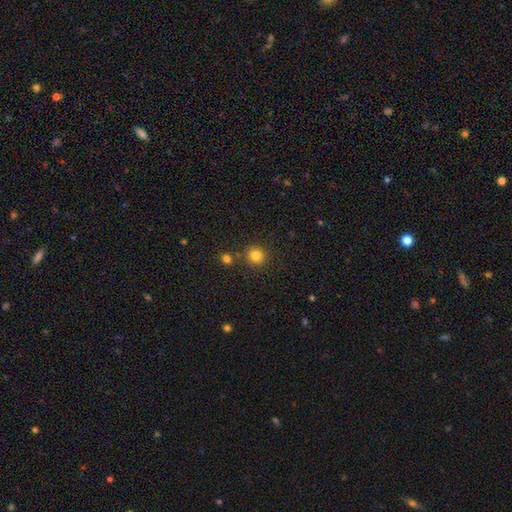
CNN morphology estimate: Overall: smooth (82%). How rounded: round (93%). Merging: none (85%).